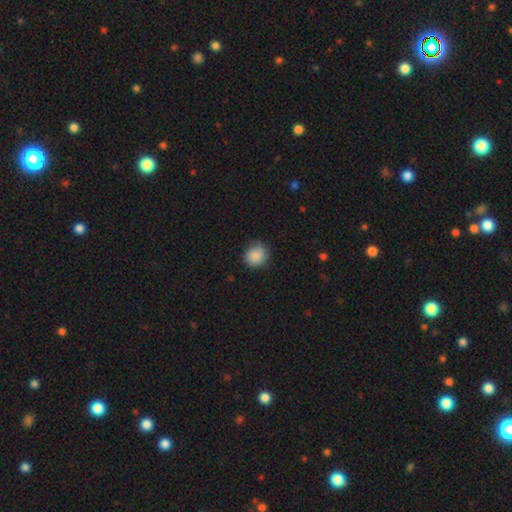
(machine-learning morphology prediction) type=smooth (87%); roundness=round (86%); merging=none (77%).